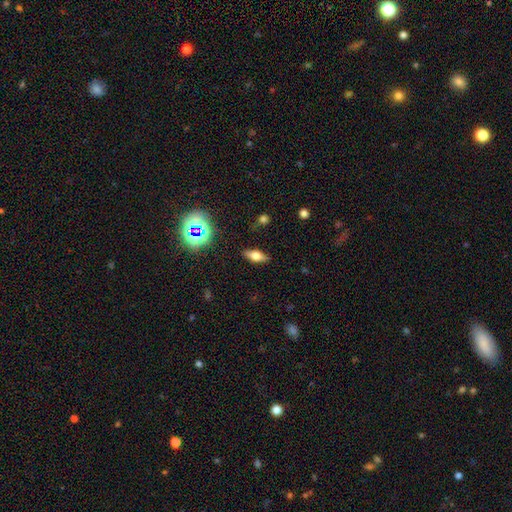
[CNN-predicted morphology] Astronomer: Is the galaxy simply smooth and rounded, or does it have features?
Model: smooth — 56%.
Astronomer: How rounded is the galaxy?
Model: in between — 70%.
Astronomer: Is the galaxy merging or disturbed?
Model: none — 86%.